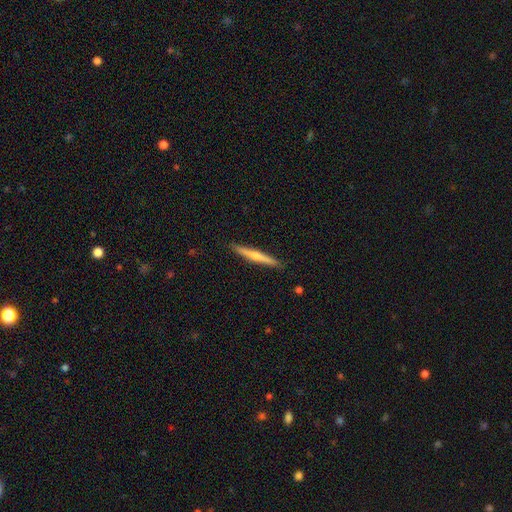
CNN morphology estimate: Smooth or featured?
  - featured or disk: 51% *
  - smooth: 44%
  - star or artifact: 5%
Edge-on disk?
  - yes: 97% *
  - no: 3%
Merging?
  - none: 91% *
  - minor disturbance: 7%
  - major disturbance: 1%
  - merger: 1%